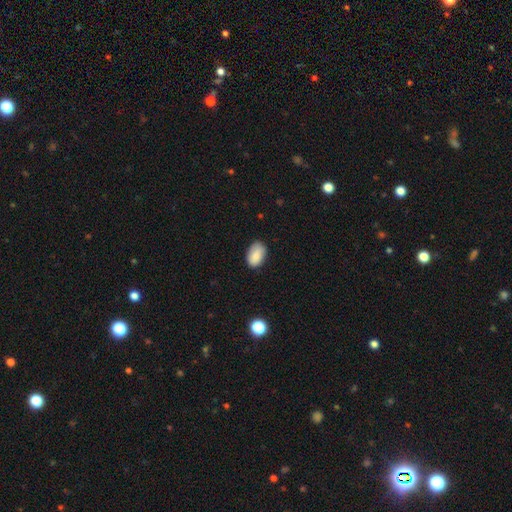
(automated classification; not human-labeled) smooth 84%, featured or disk 8%, star or artifact 7%. Down the decision tree: how rounded — in between (91%); merging — none (74%).